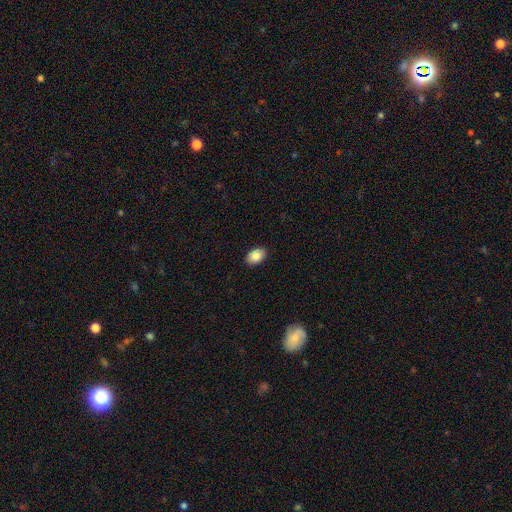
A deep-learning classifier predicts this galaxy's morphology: Q: Smooth or featured?
A: smooth (86%); runner-up: star or artifact (7%)
Q: How rounded?
A: in between (88%); runner-up: round (11%)
Q: Merging?
A: none (90%); runner-up: minor disturbance (7%)